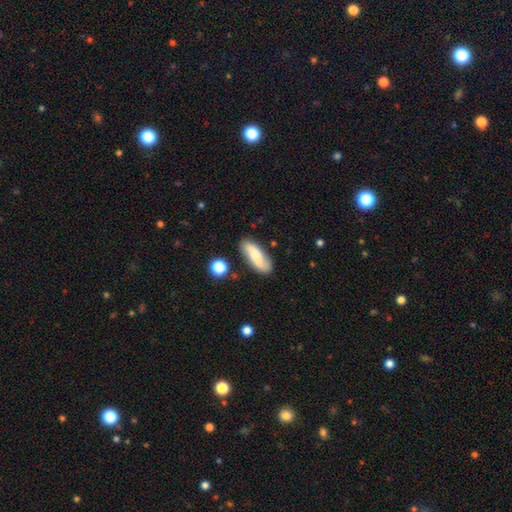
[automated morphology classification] A smooth galaxy with no disk features (53%) that is in between round and cigar-shaped (66%).

Vote fractions:
- Smooth or featured? smooth: 53% / featured or disk: 39% / star or artifact: 7%
- How rounded? in between: 66% / cigar-shaped: 31% / round: 3%
- Merging? none: 80% / minor disturbance: 14% / merger: 3% / major disturbance: 3%